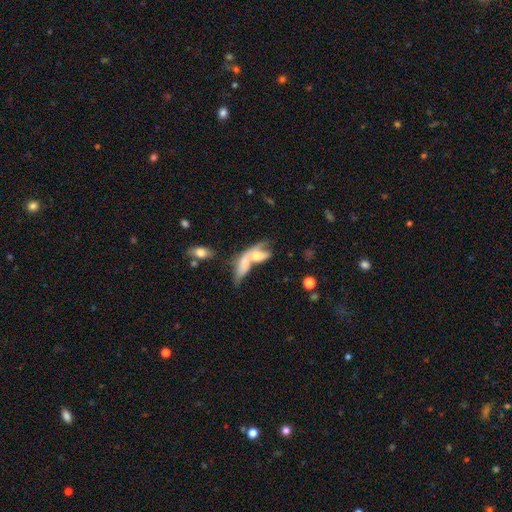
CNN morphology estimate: This is possibly a smooth galaxy (45%, tied with featured or disk). Merging: likely merger (65%).